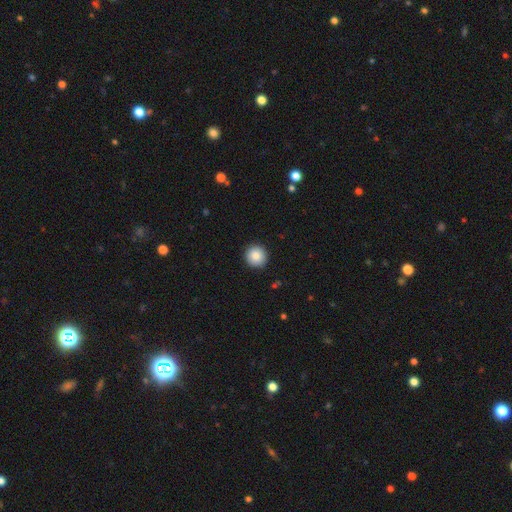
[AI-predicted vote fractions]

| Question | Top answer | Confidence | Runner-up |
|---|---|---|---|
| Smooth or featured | smooth | 85% | star or artifact (8%) |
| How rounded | round | 96% | in between (3%) |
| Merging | none | 93% | minor disturbance (5%) |